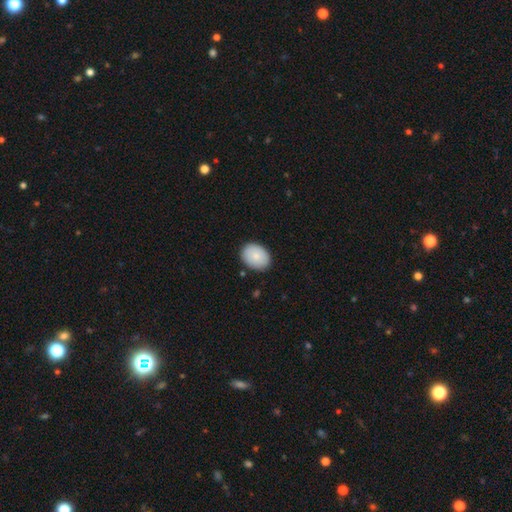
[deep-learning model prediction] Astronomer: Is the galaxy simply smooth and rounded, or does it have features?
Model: smooth — 83%.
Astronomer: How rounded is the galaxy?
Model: in between — 70%.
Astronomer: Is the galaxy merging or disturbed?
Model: none — 85%.